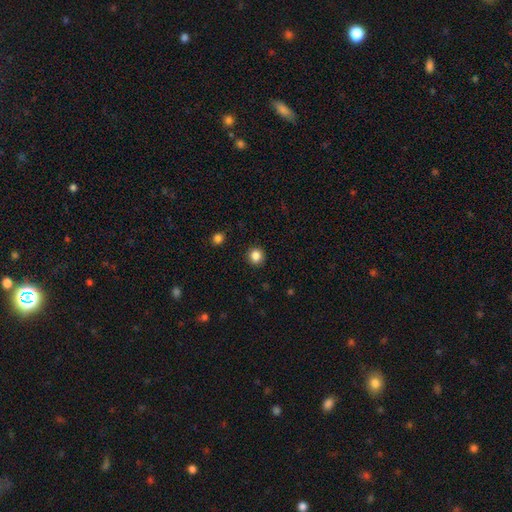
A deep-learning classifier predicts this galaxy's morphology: Smooth or featured?
  - smooth: 85% *
  - star or artifact: 11%
  - featured or disk: 4%
How rounded?
  - round: 91% *
  - in between: 8%
  - cigar-shaped: 1%
Merging?
  - none: 92% *
  - minor disturbance: 5%
  - major disturbance: 2%
  - merger: 1%